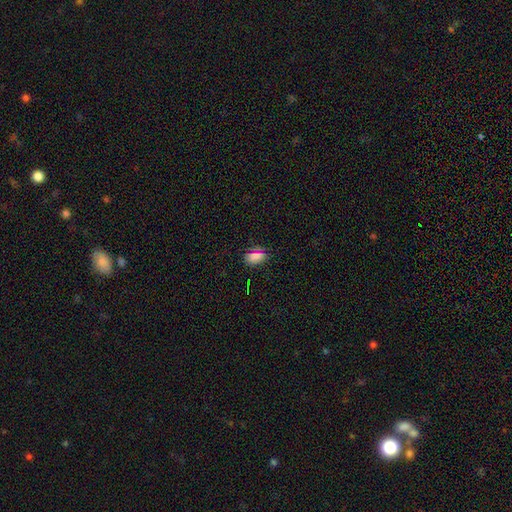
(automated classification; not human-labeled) Smooth or featured? smooth (75%)
How rounded? in between (81%)
Merging? none (85%)